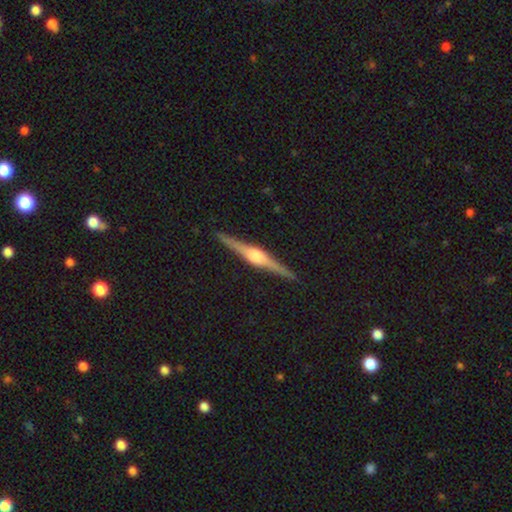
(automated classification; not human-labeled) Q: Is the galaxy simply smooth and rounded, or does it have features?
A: featured or disk — 86%.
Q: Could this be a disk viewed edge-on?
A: yes — 99%.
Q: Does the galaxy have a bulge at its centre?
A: rounded — 87%.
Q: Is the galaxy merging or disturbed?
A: none — 92%.